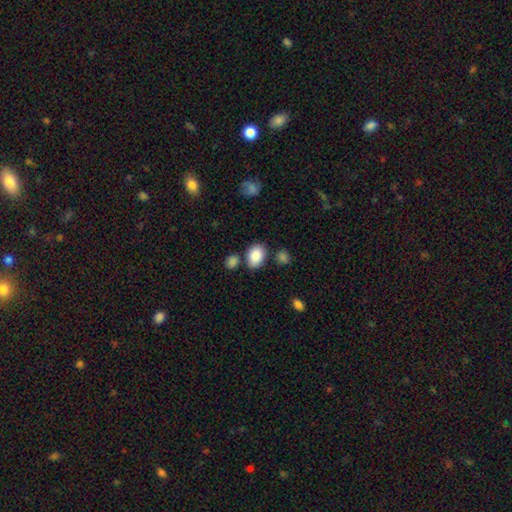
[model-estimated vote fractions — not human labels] Overall: smooth (87%). How rounded: in between (77%). Merging: none (73%).